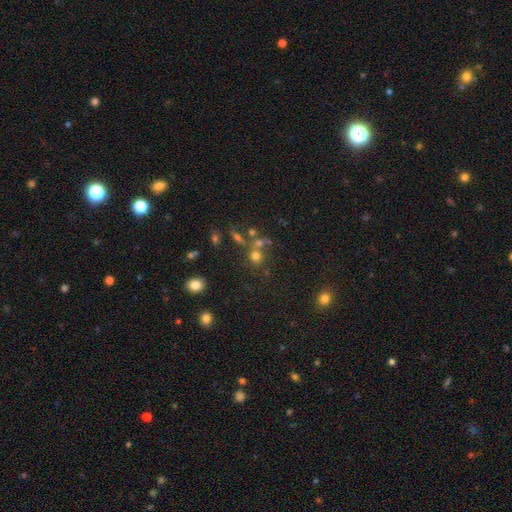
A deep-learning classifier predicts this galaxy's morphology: A smooth galaxy with no disk features (66%) that is round (85%). Merging: none (53%).